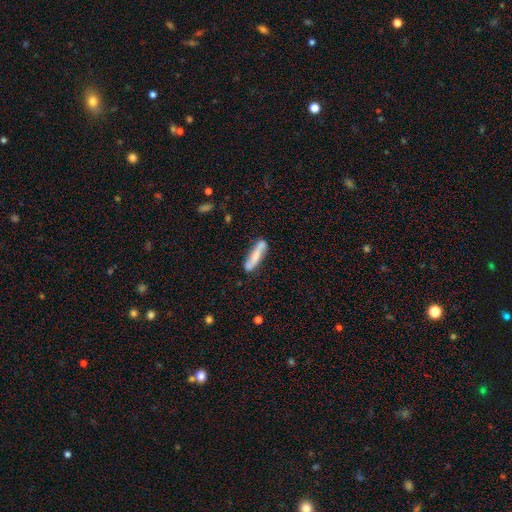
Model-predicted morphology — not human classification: This is possibly a smooth galaxy (59%). How rounded: clearly cigar-shaped (82%). Merging: likely none (74%).